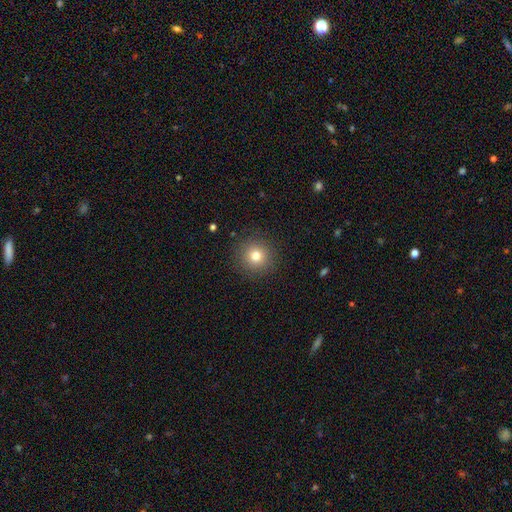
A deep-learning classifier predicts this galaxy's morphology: The model was most divided on "smooth or featured": smooth: 78%, star or artifact: 13%, featured or disk: 8%. More confident: how rounded — round (95%); merging — none (90%).